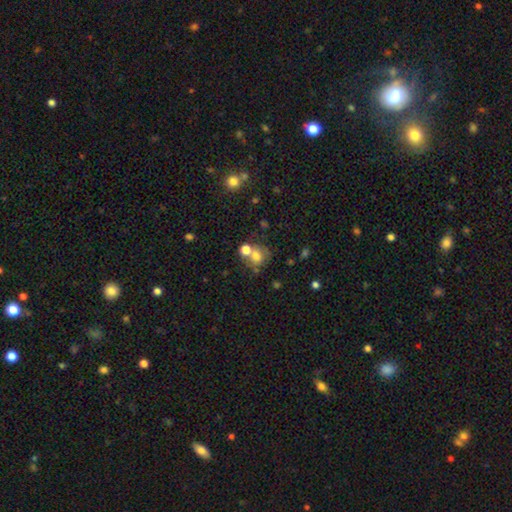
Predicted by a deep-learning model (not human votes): A smooth galaxy with no disk features (69%) that is round (74%). Merging: merger (42%).